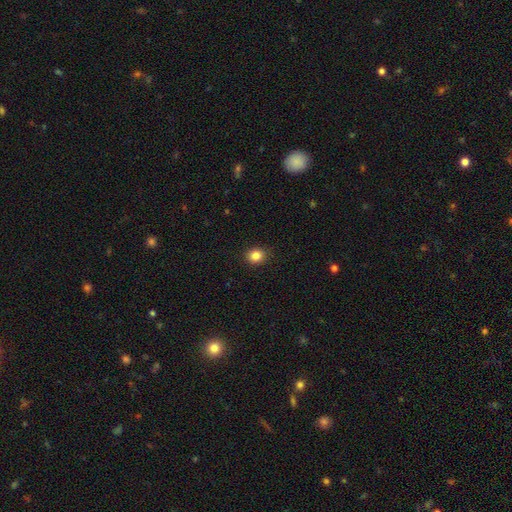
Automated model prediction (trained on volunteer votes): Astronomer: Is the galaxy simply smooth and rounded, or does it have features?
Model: smooth — 85%.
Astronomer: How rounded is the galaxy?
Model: round — 75%.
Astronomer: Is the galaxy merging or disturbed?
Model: none — 90%.